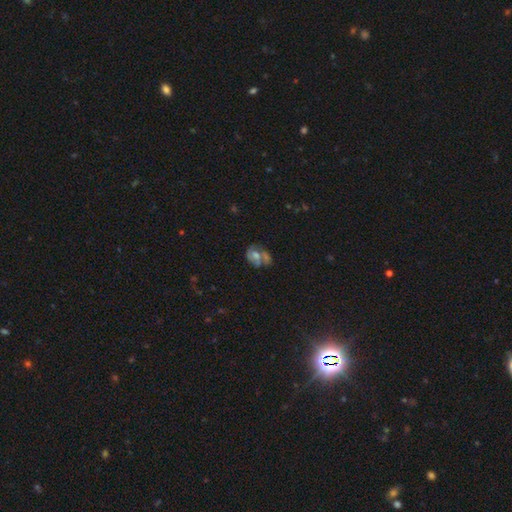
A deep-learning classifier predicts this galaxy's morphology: Smooth or featured? featured or disk (50%)
Edge-on disk? no (97%)
Merging? none (35%)